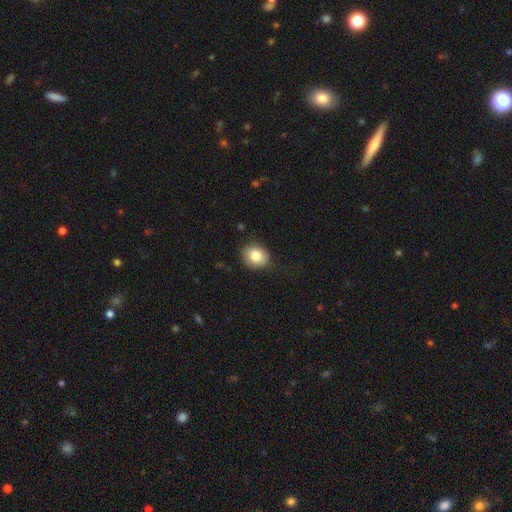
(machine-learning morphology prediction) Smooth or featured? Predicted: smooth (p=0.83). How rounded? Predicted: round (p=0.64). Merging? Predicted: none (p=0.78).